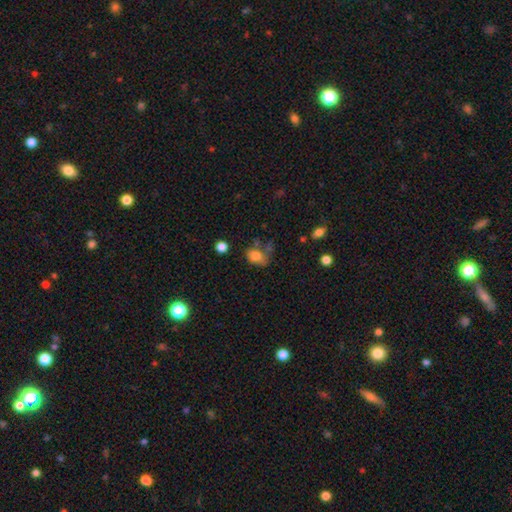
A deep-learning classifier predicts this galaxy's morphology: A smooth galaxy with no disk features (78%) that is in between round and cigar-shaped (66%).

Vote fractions:
- Smooth or featured? smooth: 78% / star or artifact: 11% / featured or disk: 11%
- How rounded? in between: 66% / round: 32% / cigar-shaped: 1%
- Merging? none: 42% / minor disturbance: 27% / major disturbance: 16% / merger: 15%